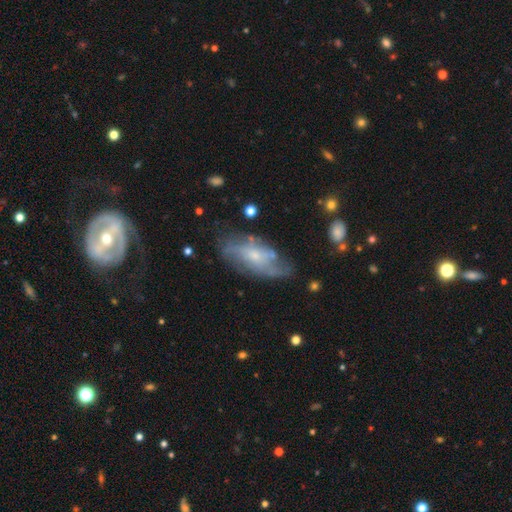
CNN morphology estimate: Smooth or featured? featured or disk (62%)
Edge-on disk? no (84%)
Bar? no (74%)
Spiral arms? yes (68%)
Bulge size? small (64%)
Merging? none (62%)